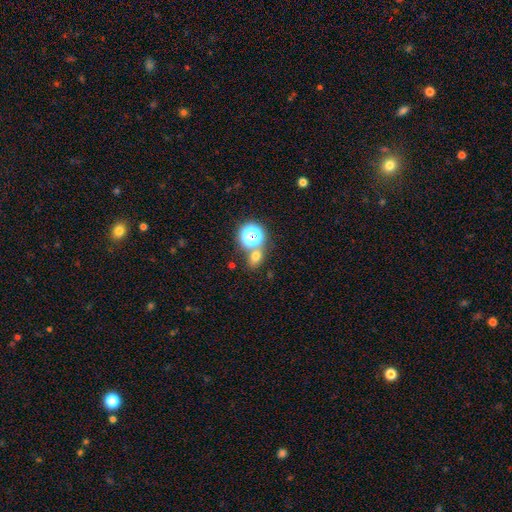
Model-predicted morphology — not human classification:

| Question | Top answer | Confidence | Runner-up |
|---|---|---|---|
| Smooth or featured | smooth | 61% | star or artifact (29%) |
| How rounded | in between | 51% | round (47%) |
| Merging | none | 65% | merger (21%) |